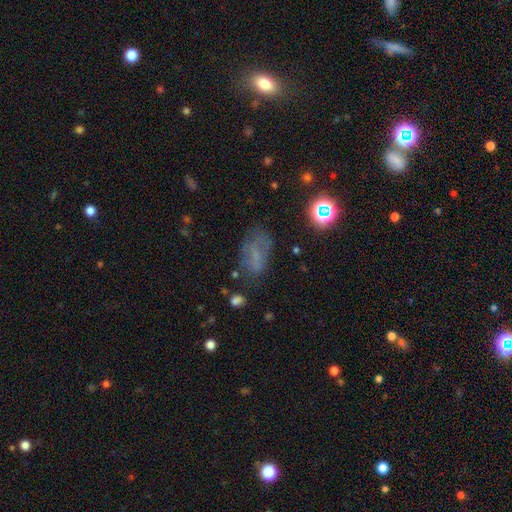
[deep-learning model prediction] This is possibly a smooth galaxy (47%). Merging: possibly none (59%).